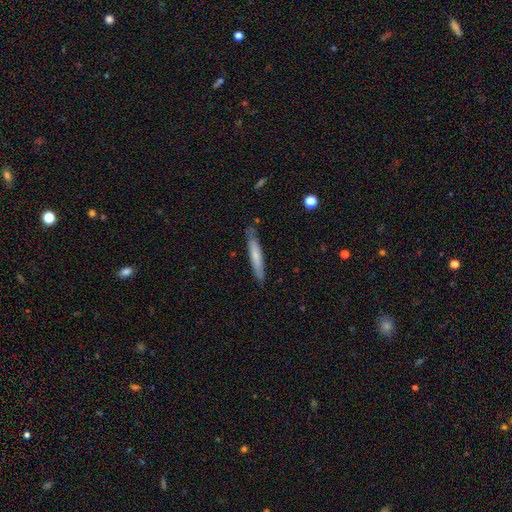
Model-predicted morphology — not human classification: smooth-or-featured: smooth: 63% | featured or disk: 31% | star or artifact: 6%
  how-rounded: cigar-shaped: 94% | in between: 5% | round: 1%
  merging: none: 83% | minor disturbance: 13% | major disturbance: 2% | merger: 2%